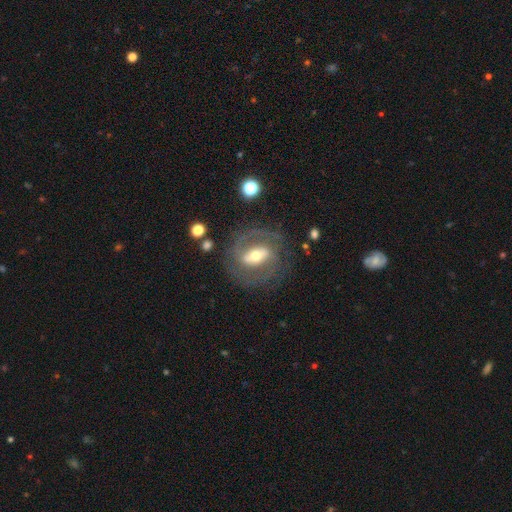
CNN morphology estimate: Smooth or featured: featured or disk — 76% (smooth — 17%)
Edge-on disk: no — 94% (yes — 6%)
Bar: strong — 46% (weak — 34%)
Spiral arms: yes — 78% (no — 22%)
Spiral winding: medium — 44% (tight — 41%)
Spiral arm count: 2 — 74% (can't tell — 14%)
Bulge size: moderate — 63% (small — 24%)
Merging: none — 72% (minor disturbance — 15%)